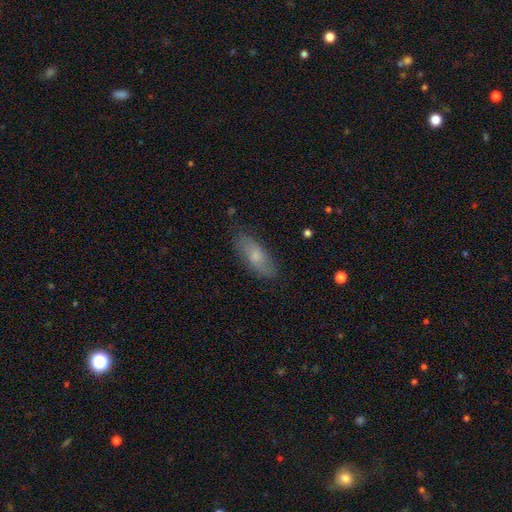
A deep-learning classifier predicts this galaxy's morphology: Smooth or featured: smooth — 66% (featured or disk — 27%)
How rounded: in between — 69% (cigar-shaped — 28%)
Merging: none — 80% (minor disturbance — 15%)